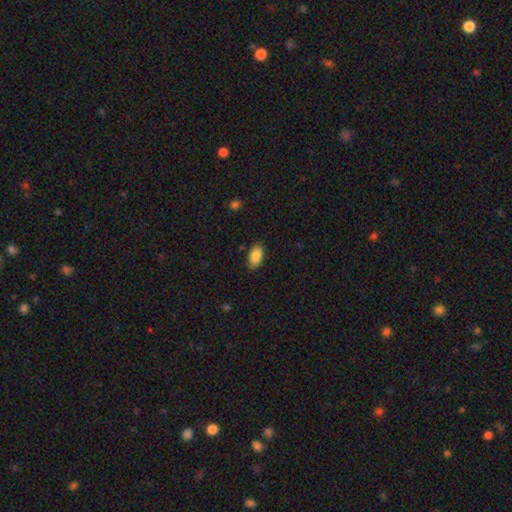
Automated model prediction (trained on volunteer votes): This appears to be a smooth galaxy with no disk features (87%) that is in between round and cigar-shaped (93%). Merging: none (87%).